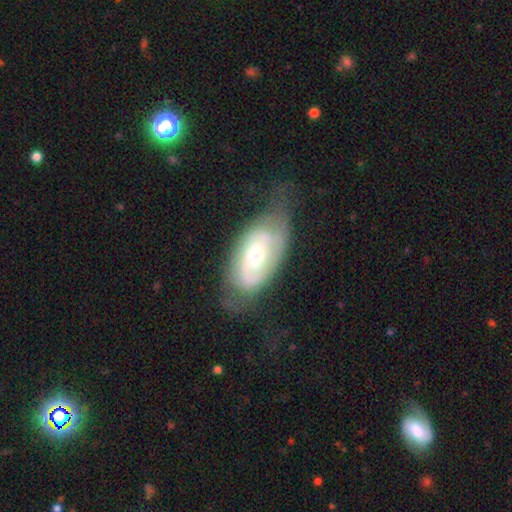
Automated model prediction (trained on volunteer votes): The model was most divided on "spiral winding": tight: 51%, medium: 35%, loose: 15%. More confident: edge-on disk — no (93%); spiral arms — yes (82%); smooth or featured — featured or disk (68%); bulge size — moderate (61%); bar — no (60%); spiral arm count — 2 (53%); merging — none (51%).